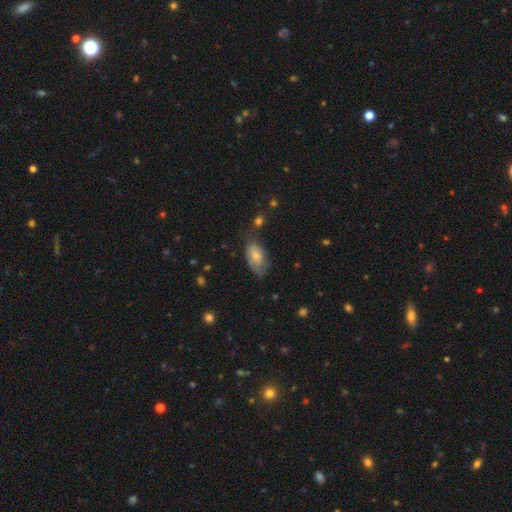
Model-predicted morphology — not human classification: Smooth or featured?
  - smooth: 63% *
  - featured or disk: 30%
  - star or artifact: 7%
How rounded?
  - in between: 92% *
  - round: 6%
  - cigar-shaped: 3%
Merging?
  - none: 44% *
  - minor disturbance: 36%
  - major disturbance: 15%
  - merger: 4%